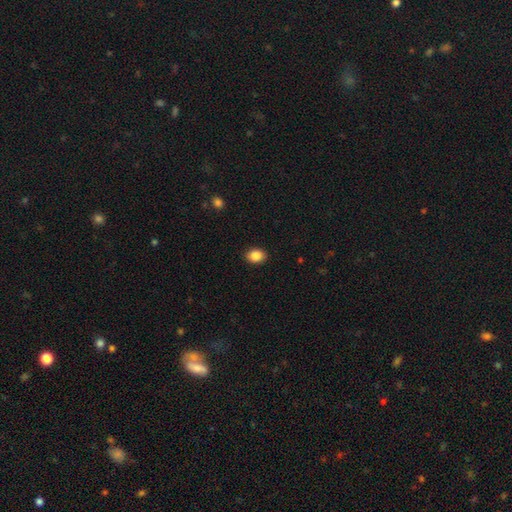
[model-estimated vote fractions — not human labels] Q: Smooth or featured?
A: smooth (87%); runner-up: star or artifact (9%)
Q: How rounded?
A: in between (59%); runner-up: round (40%)
Q: Merging?
A: none (90%); runner-up: minor disturbance (7%)